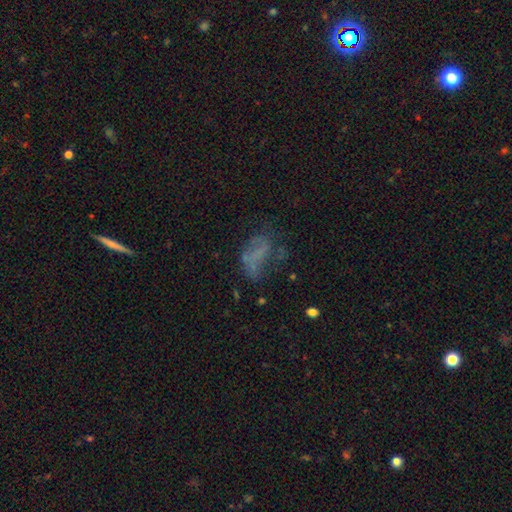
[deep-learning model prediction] Smooth or featured? Predicted: featured or disk (p=0.40). Merging? Predicted: major disturbance (p=0.37).